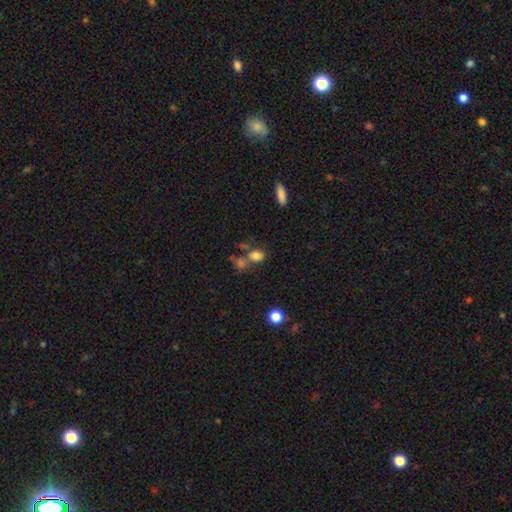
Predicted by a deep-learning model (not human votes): A smooth galaxy with no disk features (79%) that is in between round and cigar-shaped (64%).

Vote fractions:
- Smooth or featured? smooth: 79% / star or artifact: 12% / featured or disk: 9%
- How rounded? in between: 64% / round: 34% / cigar-shaped: 2%
- Merging? none: 46% / merger: 34% / minor disturbance: 13% / major disturbance: 7%